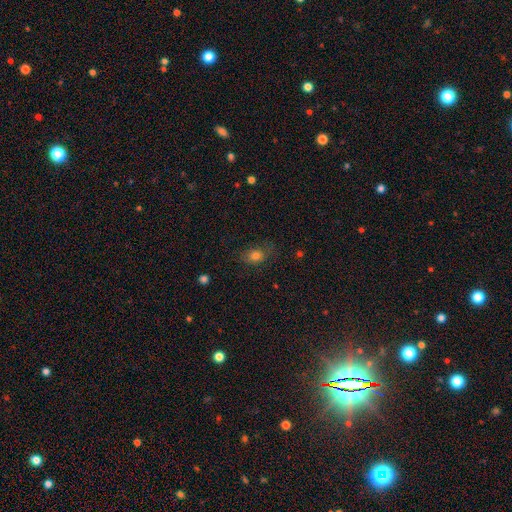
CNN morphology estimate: The model was most divided on "how rounded": in between: 66%, round: 31%, cigar-shaped: 2%. More confident: smooth or featured — smooth (78%); merging — none (71%).